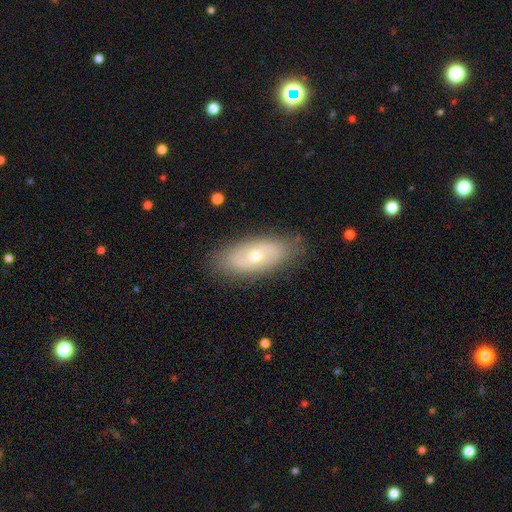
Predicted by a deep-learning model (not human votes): Morphology: type=smooth (50%); merging=none (82%).